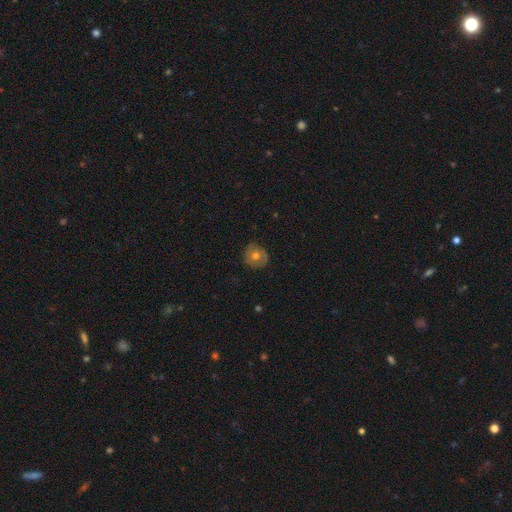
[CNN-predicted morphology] smooth_or_featured: smooth (p=0.54) [alt: featured or disk p=0.37]
how_rounded: round (p=0.88) [alt: in between p=0.11]
merging: none (p=0.81) [alt: minor disturbance p=0.14]